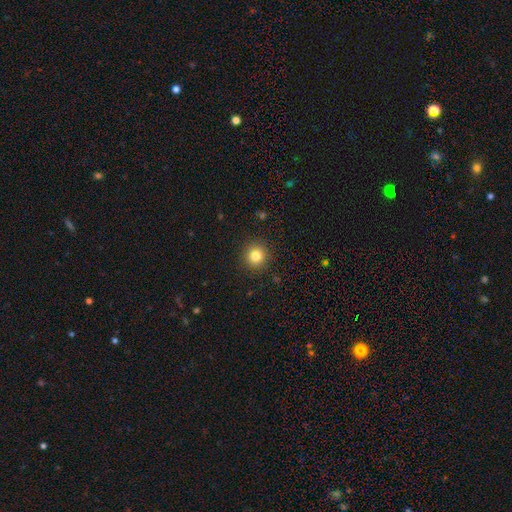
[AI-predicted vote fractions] Overall: smooth (81%). How rounded: round (94%). Merging: none (91%).